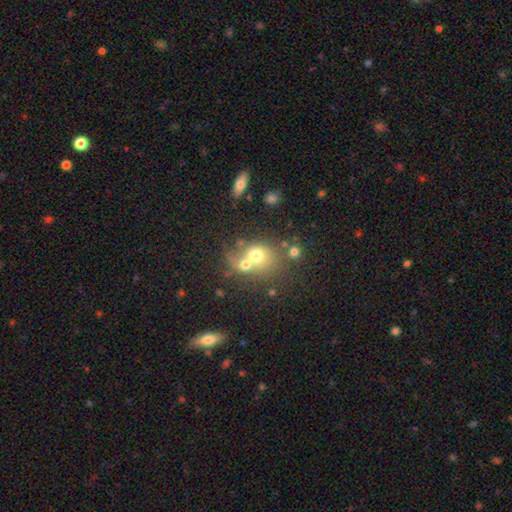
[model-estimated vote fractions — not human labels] Smooth or featured?
  - smooth: 64% *
  - featured or disk: 22%
  - star or artifact: 15%
How rounded?
  - round: 65% *
  - in between: 34%
  - cigar-shaped: 1%
Merging?
  - merger: 57% *
  - none: 28%
  - minor disturbance: 8%
  - major disturbance: 6%